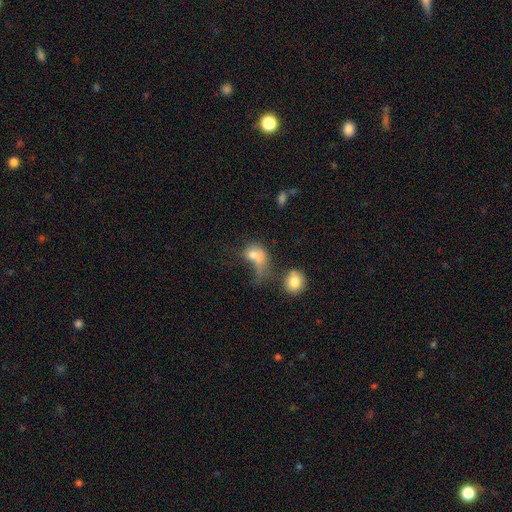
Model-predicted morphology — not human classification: Overall: smooth (65%). How rounded: in between (58%; round 39%). Merging: merger (47%; major disturbance 29%).